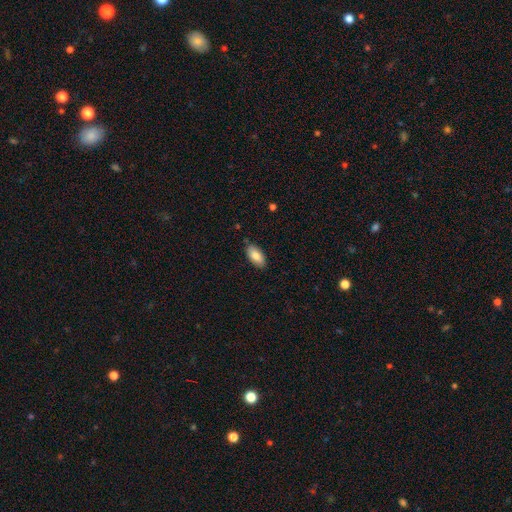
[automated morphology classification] A smooth galaxy with no disk features (83%) that is in between round and cigar-shaped (93%). Merging: none (83%).